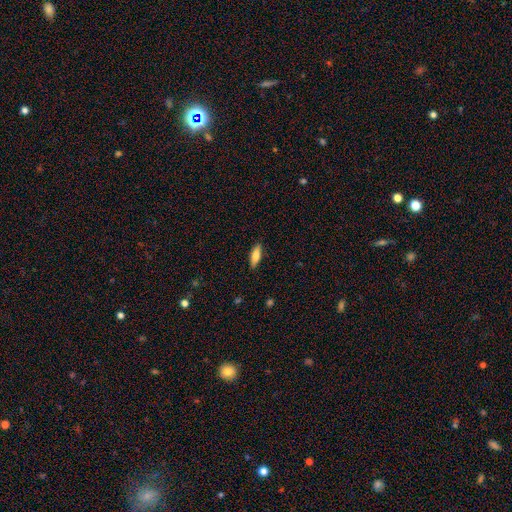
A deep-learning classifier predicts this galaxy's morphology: A smooth galaxy with no disk features (75%) that is in between round and cigar-shaped (53%). Merging: none (88%).